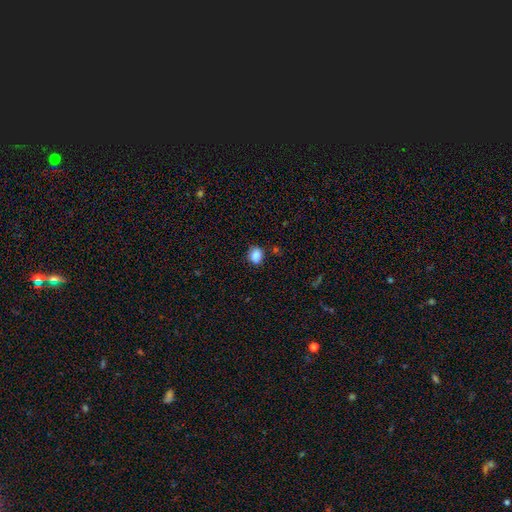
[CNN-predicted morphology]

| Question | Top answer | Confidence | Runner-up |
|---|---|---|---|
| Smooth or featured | smooth | 87% | star or artifact (9%) |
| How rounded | in between | 53% | round (46%) |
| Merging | none | 75% | minor disturbance (19%) |